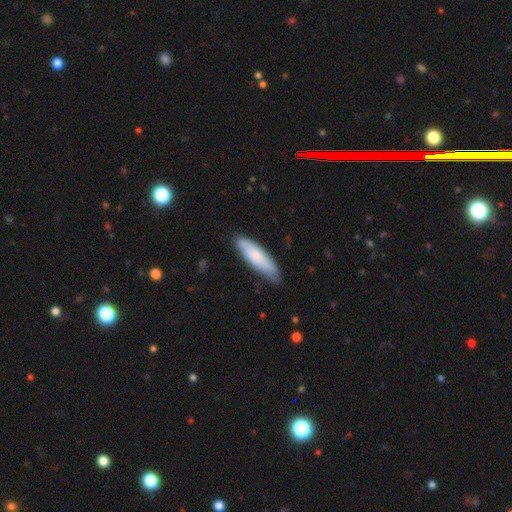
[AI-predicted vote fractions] This appears to be a smooth galaxy with no disk features (73%) that is cigar-shaped (63%). Merging: none (75%).